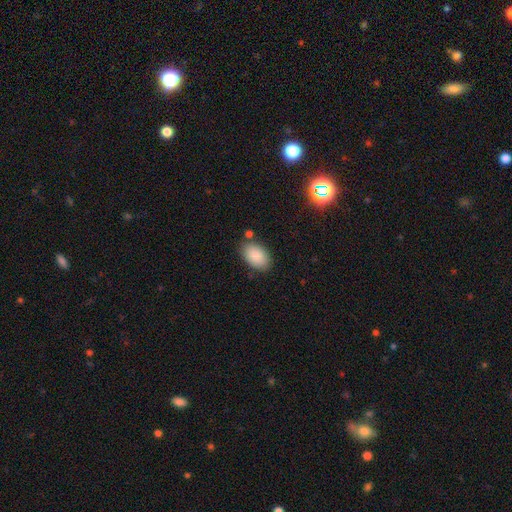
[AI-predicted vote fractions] This is clearly a smooth galaxy (88%). How rounded: clearly in between (93%). Merging: clearly none (81%).